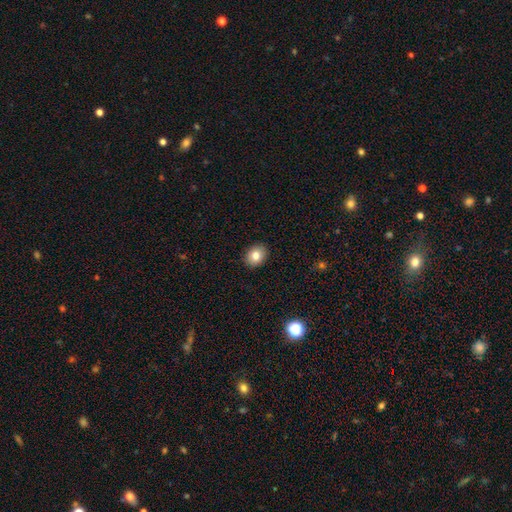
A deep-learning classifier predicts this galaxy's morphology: This is clearly a smooth galaxy (82%). How rounded: possibly in between (51%). Merging: clearly none (91%).